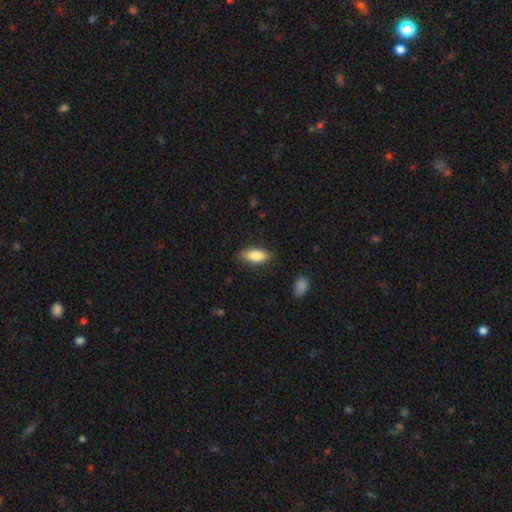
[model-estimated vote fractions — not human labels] Q: Smooth or featured?
A: smooth (83%); runner-up: featured or disk (11%)
Q: How rounded?
A: in between (77%); runner-up: cigar-shaped (21%)
Q: Merging?
A: none (86%); runner-up: minor disturbance (11%)